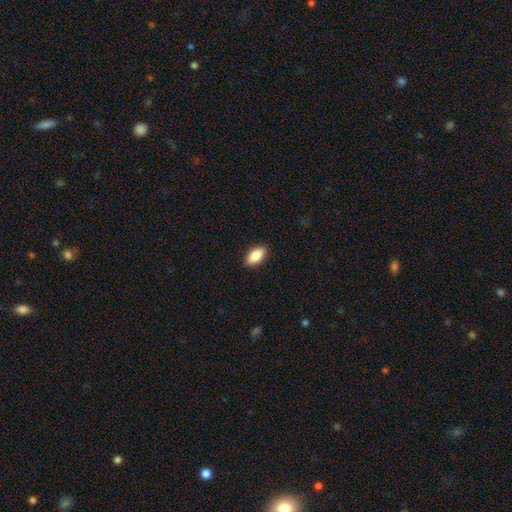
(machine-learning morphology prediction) Overall: smooth (84%). How rounded: in between (90%). Merging: none (89%).